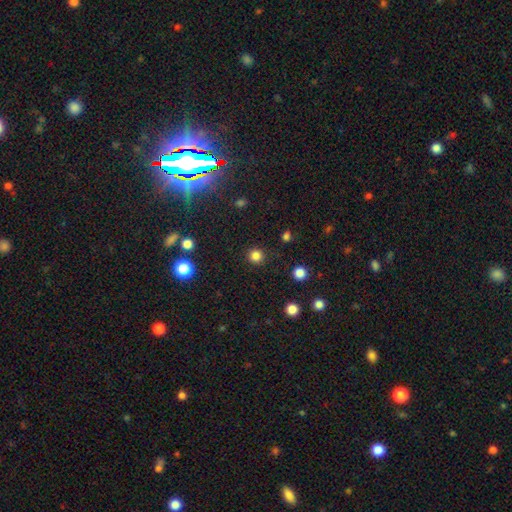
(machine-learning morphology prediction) Q: Smooth or featured?
A: smooth (83%); runner-up: star or artifact (14%)
Q: How rounded?
A: round (94%); runner-up: in between (5%)
Q: Merging?
A: none (91%); runner-up: minor disturbance (6%)